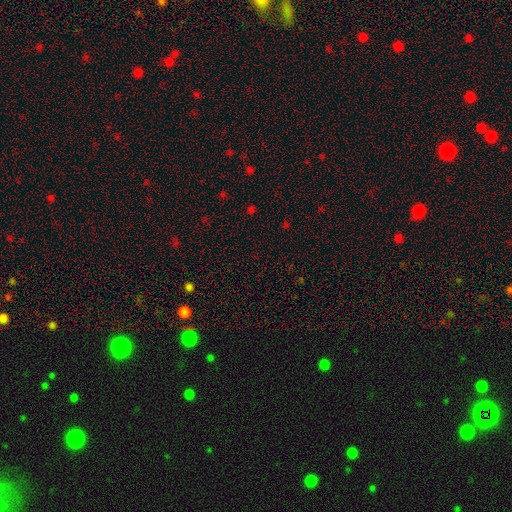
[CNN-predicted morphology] smooth-or-featured: star or artifact: 64% | smooth: 29% | featured or disk: 7%